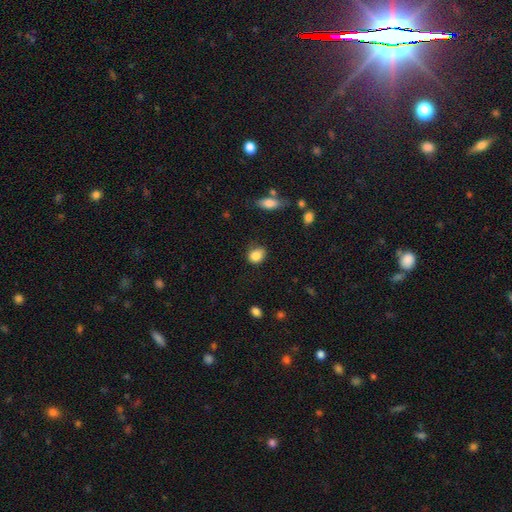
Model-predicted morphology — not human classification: Smooth or featured?
  - smooth: 85% *
  - star or artifact: 9%
  - featured or disk: 6%
How rounded?
  - round: 53% *
  - in between: 45%
  - cigar-shaped: 1%
Merging?
  - none: 64% *
  - minor disturbance: 27%
  - major disturbance: 6%
  - merger: 3%